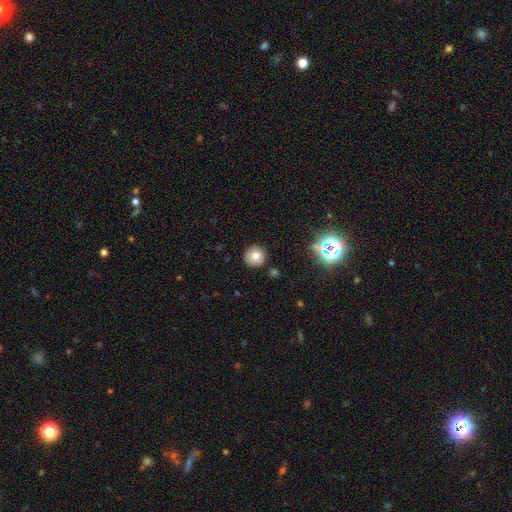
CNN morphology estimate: This is likely a smooth galaxy (74%). How rounded: clearly round (95%). Merging: clearly none (89%).